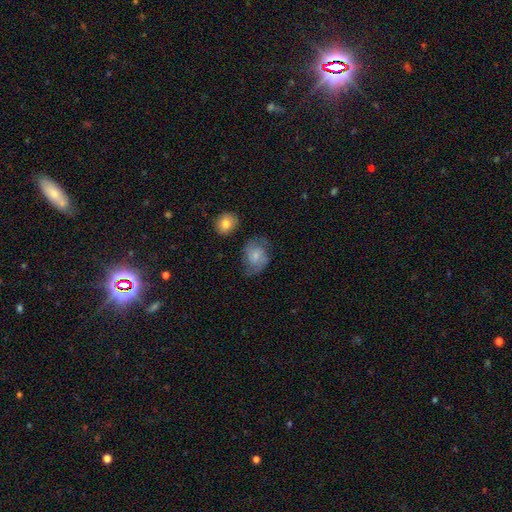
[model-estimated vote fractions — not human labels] Overall: smooth (47%; featured or disk 45%). Merging: none (57%; minor disturbance 27%).